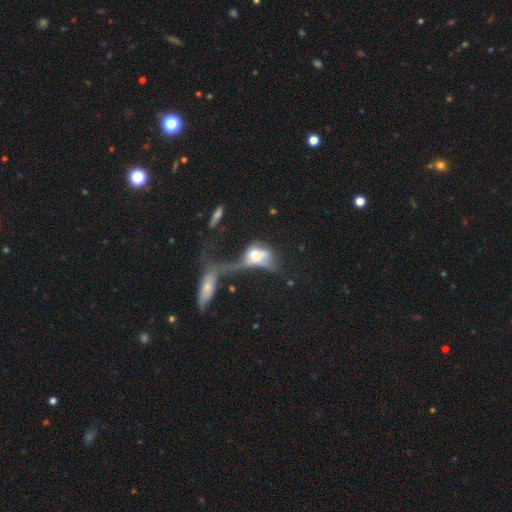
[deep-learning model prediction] This is marginally a smooth galaxy (45%). Merging: possibly merger (58%).